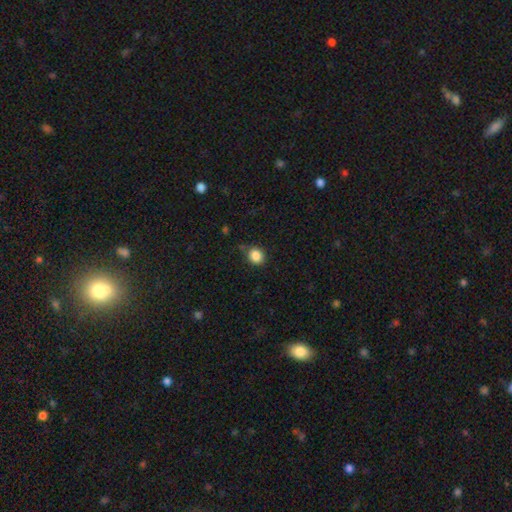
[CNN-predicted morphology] Smooth or featured: smooth — 85% (star or artifact — 10%)
How rounded: round — 75% (in between — 24%)
Merging: none — 77% (minor disturbance — 16%)